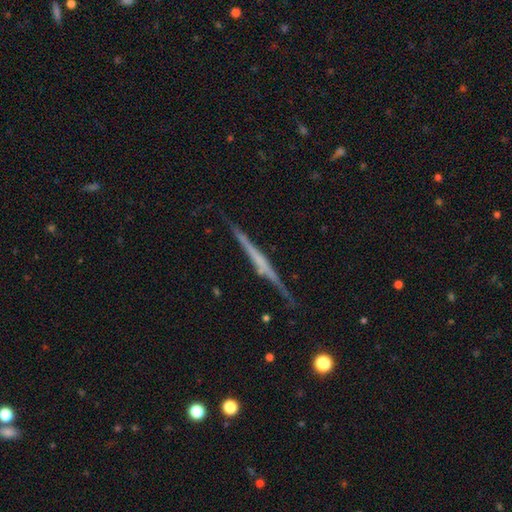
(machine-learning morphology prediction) Smooth or featured: featured or disk — 73% (smooth — 20%)
Edge-on disk: yes — 98% (no — 2%)
Edge-on bulge: none — 57% (rounded — 29%)
Merging: none — 87% (minor disturbance — 9%)